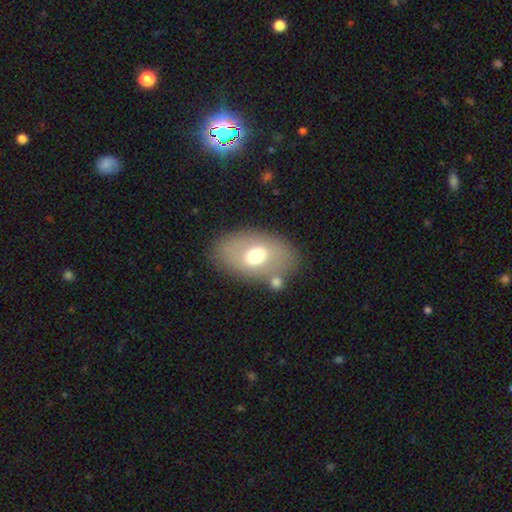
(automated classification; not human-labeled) Q: Smooth or featured?
A: smooth (62%); runner-up: featured or disk (29%)
Q: How rounded?
A: in between (86%); runner-up: round (13%)
Q: Merging?
A: none (71%); runner-up: minor disturbance (14%)